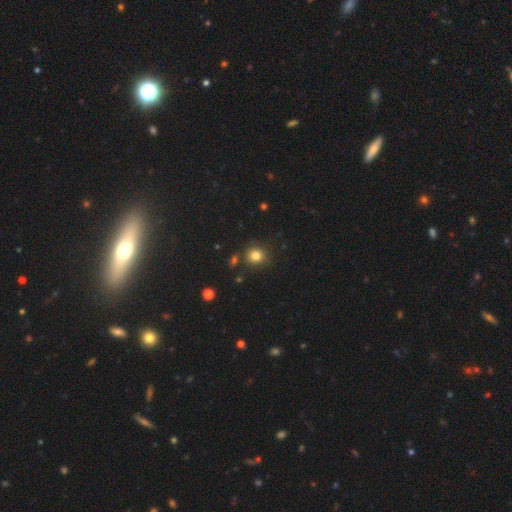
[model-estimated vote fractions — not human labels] Smooth or featured? smooth (81%)
How rounded? round (85%)
Merging? none (83%)